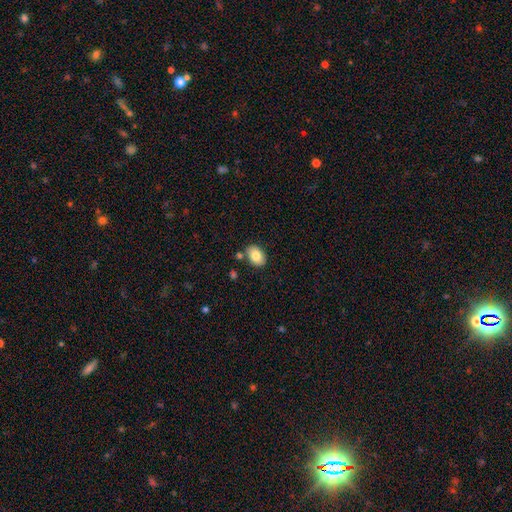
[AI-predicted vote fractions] Q: Smooth or featured?
A: smooth (82%); runner-up: featured or disk (10%)
Q: How rounded?
A: in between (84%); runner-up: round (15%)
Q: Merging?
A: none (79%); runner-up: minor disturbance (12%)